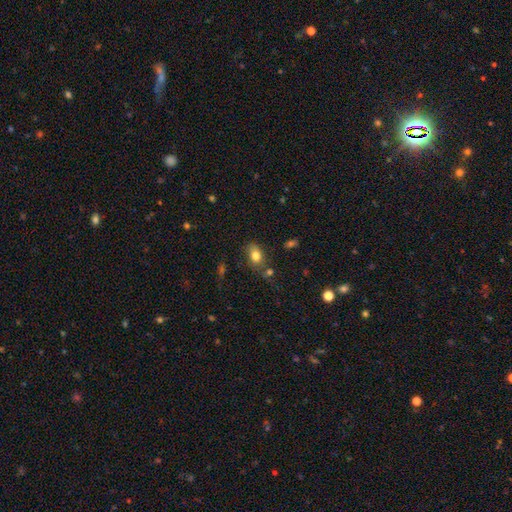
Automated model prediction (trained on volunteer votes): Morphology: type=smooth (80%); roundness=in between (79%); merging=none (70%).